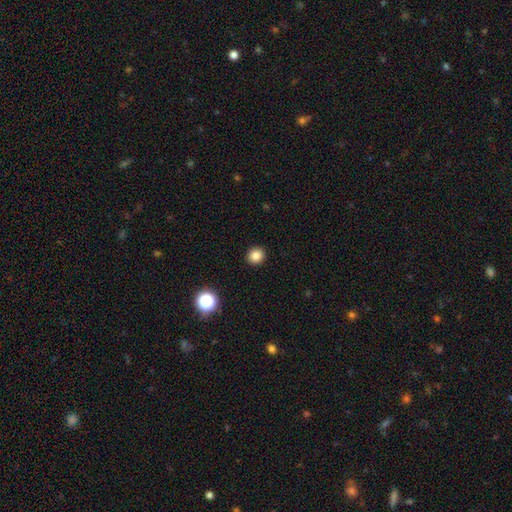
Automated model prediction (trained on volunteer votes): Smooth or featured? Predicted: smooth (p=0.83). How rounded? Predicted: round (p=0.90). Merging? Predicted: none (p=0.93).